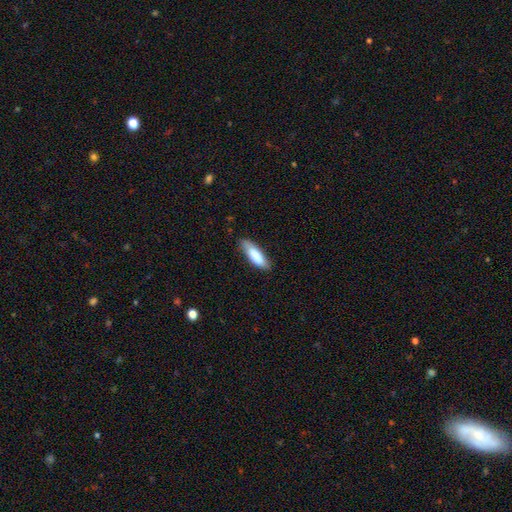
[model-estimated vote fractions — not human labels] This appears to be a smooth galaxy with no disk features (83%) that is in between round and cigar-shaped (52%). Merging: none (76%).